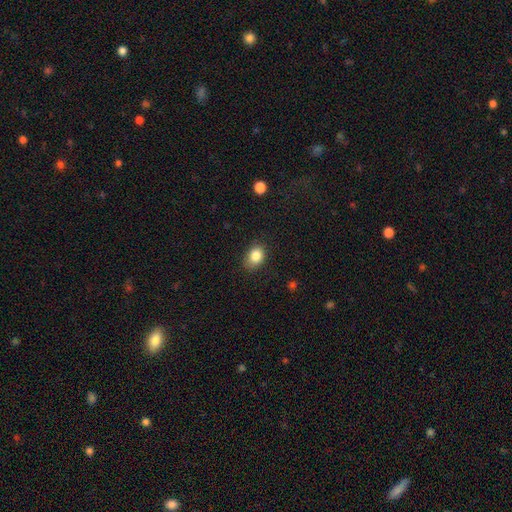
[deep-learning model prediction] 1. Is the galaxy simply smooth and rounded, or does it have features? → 85% smooth, 9% star or artifact, 6% featured or disk.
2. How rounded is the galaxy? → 64% in between, 35% round, 1% cigar-shaped.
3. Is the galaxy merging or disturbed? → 79% none, 16% minor disturbance, 4% major disturbance, 1% merger.